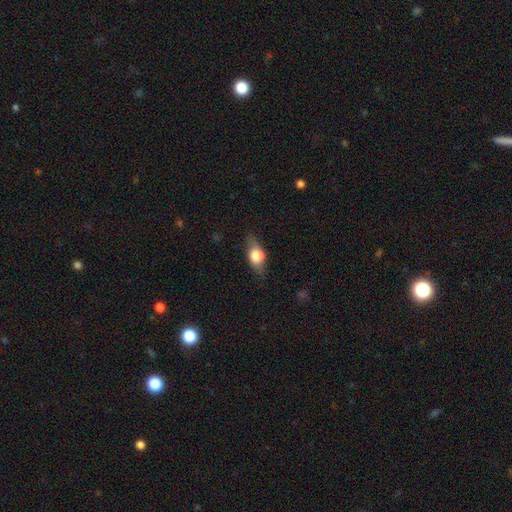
A smooth galaxy with no disk features (68%) that is in between round and cigar-shaped (77%).

Vote fractions:
- Smooth or featured? smooth: 68% / featured or disk: 24% / star or artifact: 8%
- How rounded? in between: 77% / round: 19% / cigar-shaped: 4%
- Merging? none: 57% / minor disturbance: 20% / major disturbance: 11% / merger: 11%